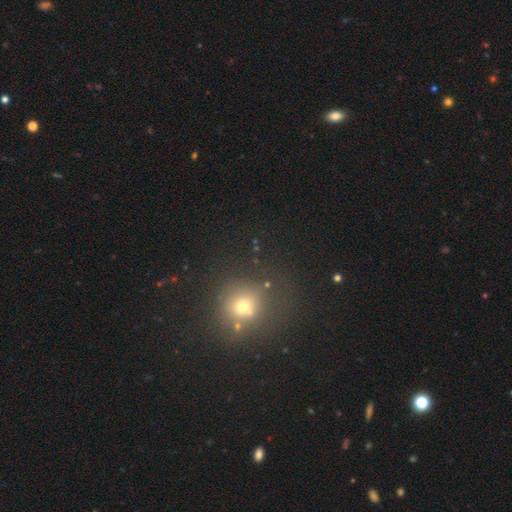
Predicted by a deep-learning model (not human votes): Smooth or featured?
  - smooth: 48% *
  - star or artifact: 42%
  - featured or disk: 10%
Merging?
  - none: 82% *
  - minor disturbance: 10%
  - major disturbance: 5%
  - merger: 3%